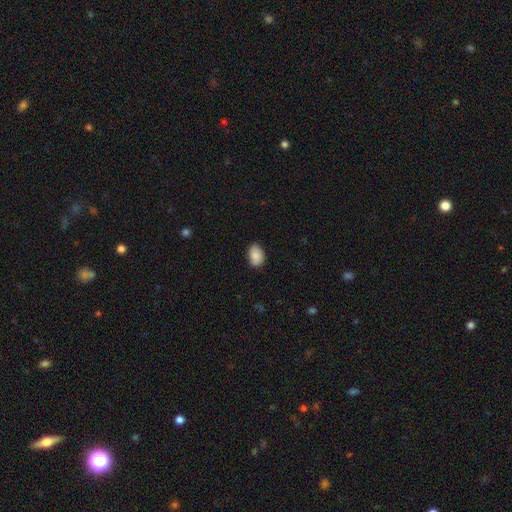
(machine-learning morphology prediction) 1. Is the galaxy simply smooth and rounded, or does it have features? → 88% smooth, 7% star or artifact, 5% featured or disk.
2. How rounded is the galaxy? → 84% in between, 15% round, 1% cigar-shaped.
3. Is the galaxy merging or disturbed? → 81% none, 15% minor disturbance, 2% major disturbance, 1% merger.